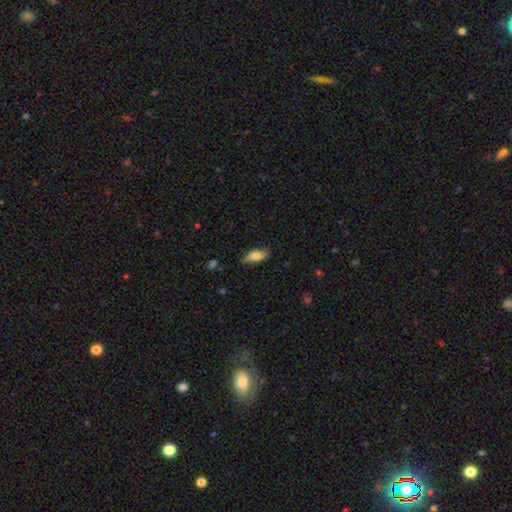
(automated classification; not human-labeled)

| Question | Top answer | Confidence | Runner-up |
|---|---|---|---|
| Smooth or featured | smooth | 78% | featured or disk (15%) |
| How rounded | in between | 81% | cigar-shaped (16%) |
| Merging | none | 81% | minor disturbance (15%) |